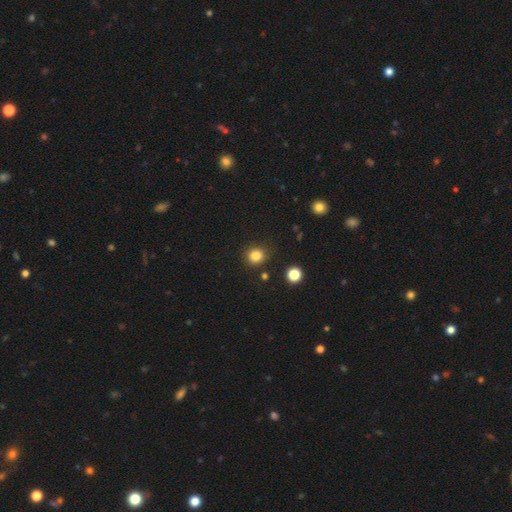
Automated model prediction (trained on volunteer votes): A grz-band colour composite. It shows a smooth galaxy with no disk features (83%) that is round (86%). Merging: none (86%).